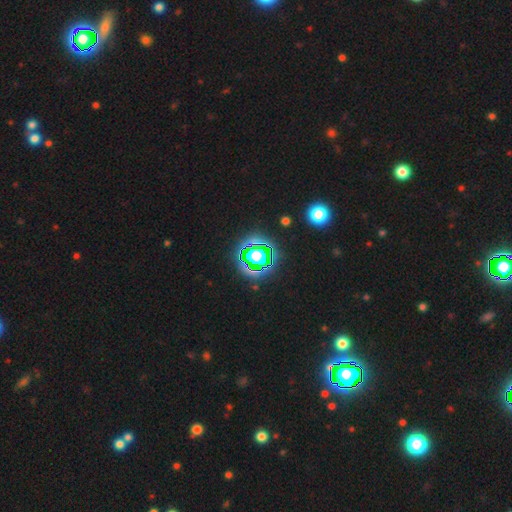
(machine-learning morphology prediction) Smooth or featured? star or artifact (67%)